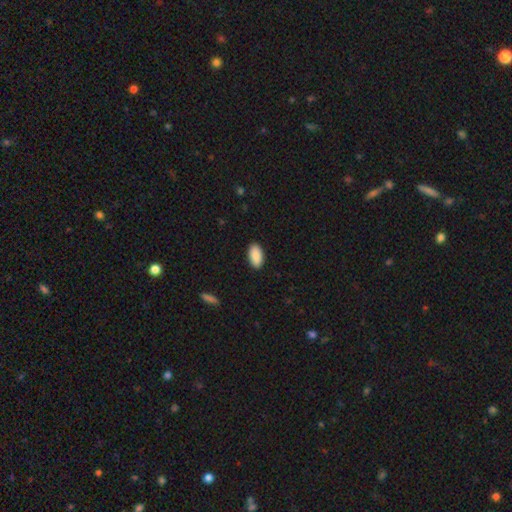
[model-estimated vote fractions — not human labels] A smooth galaxy with no disk features (90%) that is in between round and cigar-shaped (94%). Merging: none (90%).